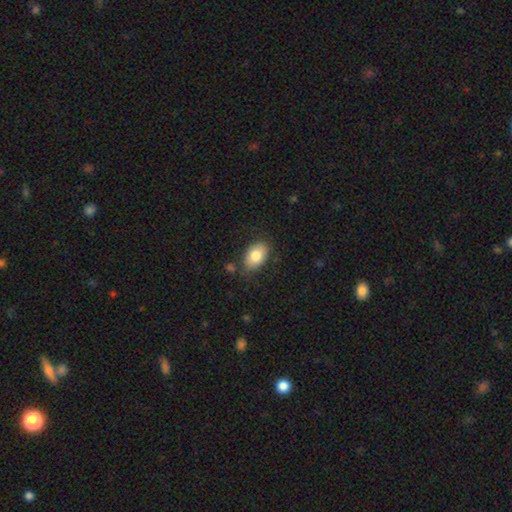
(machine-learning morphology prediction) This appears to be a smooth galaxy with no disk features (83%) that is in between round and cigar-shaped (88%). Merging: none (76%).